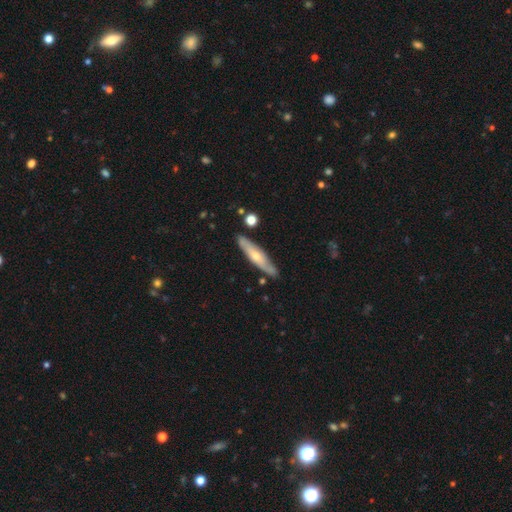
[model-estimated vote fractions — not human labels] This appears to be a featured or disk galaxy (53%) viewed edge-on (72%). Merging: none (83%).